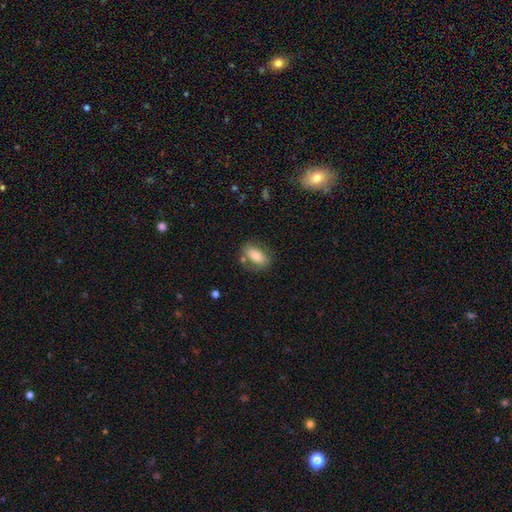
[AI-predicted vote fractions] smooth-or-featured: smooth: 74% | featured or disk: 19% | star or artifact: 7%
  how-rounded: in between: 86% | cigar-shaped: 7% | round: 7%
  merging: none: 71% | minor disturbance: 16% | merger: 7% | major disturbance: 5%